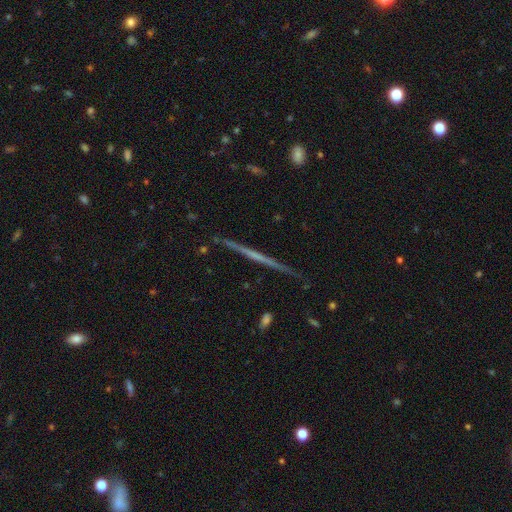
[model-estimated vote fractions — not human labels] Smooth or featured: featured or disk — 70% (smooth — 23%)
Edge-on disk: yes — 98% (no — 2%)
Edge-on bulge: none — 76% (rounded — 18%)
Merging: none — 91% (minor disturbance — 7%)